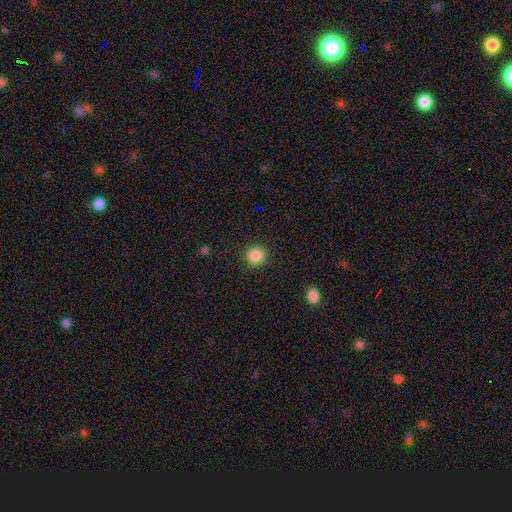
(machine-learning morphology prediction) A smooth galaxy with no disk features (86%) that is round (94%).

Vote fractions:
- Smooth or featured? smooth: 86% / star or artifact: 10% / featured or disk: 4%
- How rounded? round: 94% / in between: 5% / cigar-shaped: 1%
- Merging? none: 91% / minor disturbance: 6% / major disturbance: 2% / merger: 1%